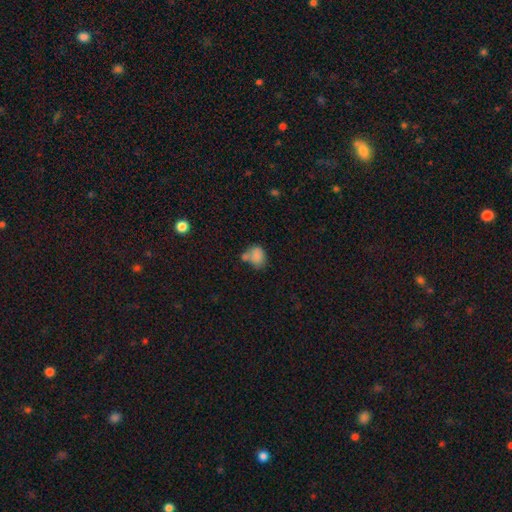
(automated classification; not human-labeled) smooth-or-featured: smooth: 80% | star or artifact: 10% | featured or disk: 10%
  how-rounded: round: 51% | in between: 48% | cigar-shaped: 1%
  merging: none: 39% | merger: 34% | minor disturbance: 19% | major disturbance: 8%